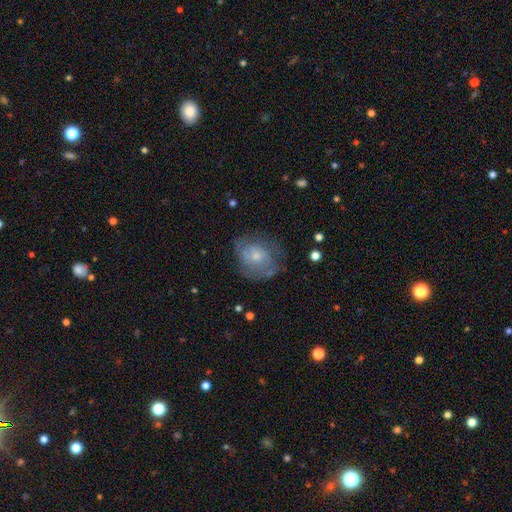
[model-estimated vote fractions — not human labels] Morphology: type=featured or disk (50%); merging=none (56%).